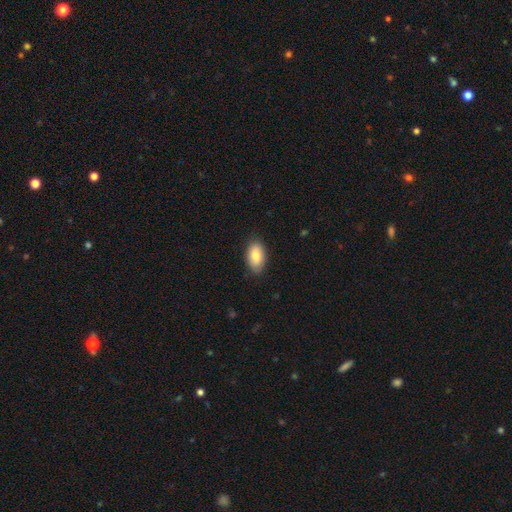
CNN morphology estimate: smooth_or_featured: smooth (p=0.84) [alt: featured or disk p=0.10]
how_rounded: in between (p=0.94) [alt: round p=0.04]
merging: none (p=0.85) [alt: minor disturbance p=0.12]